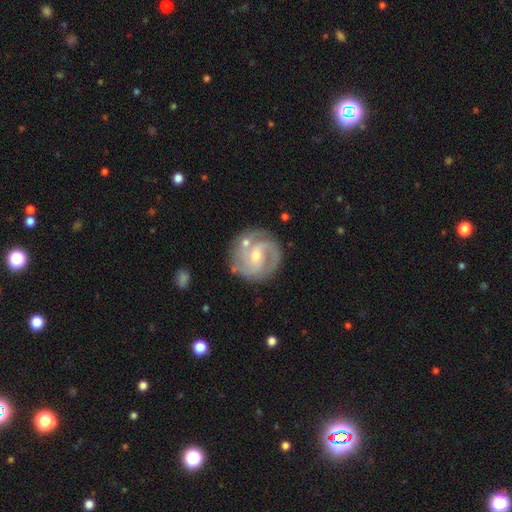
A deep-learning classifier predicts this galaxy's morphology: type=featured or disk (86%); edge-on=no (98%); bar=weak (47%); spiral arms=yes (97%); winding=tight (47%); arm count=2 (50%); bulge=small (52%); merging=none (74%).